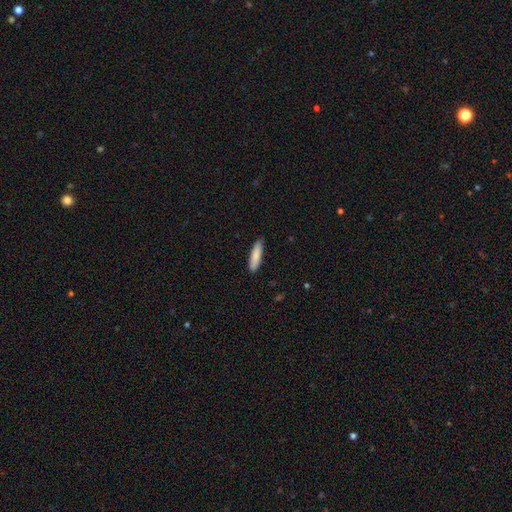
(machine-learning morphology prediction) A smooth galaxy with no disk features (86%) that is cigar-shaped (75%). Merging: none (88%).